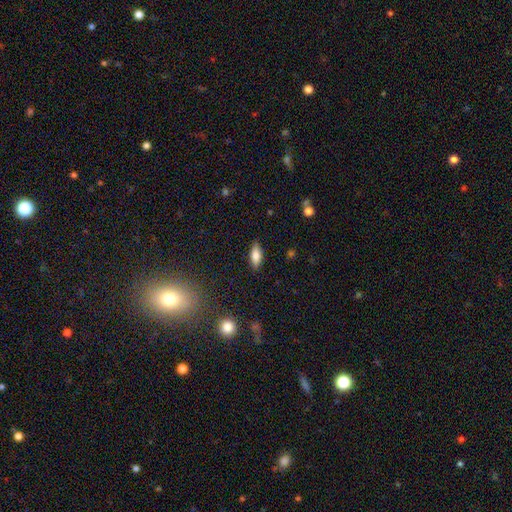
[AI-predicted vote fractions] This is likely a smooth galaxy (75%). How rounded: likely in between (77%). Merging: clearly none (86%).